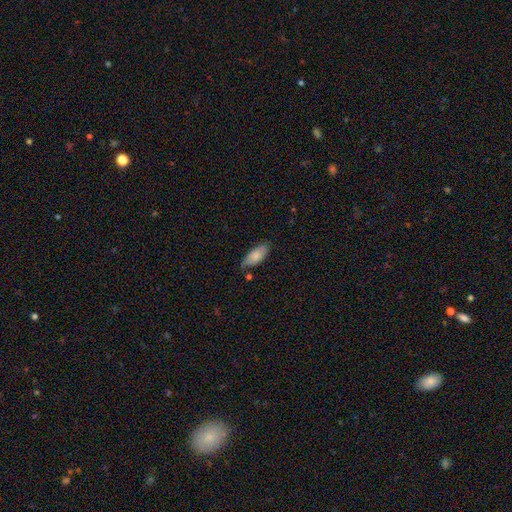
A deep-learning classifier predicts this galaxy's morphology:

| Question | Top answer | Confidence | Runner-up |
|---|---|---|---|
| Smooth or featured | smooth | 80% | featured or disk (14%) |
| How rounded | in between | 84% | cigar-shaped (14%) |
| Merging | none | 65% | minor disturbance (25%) |